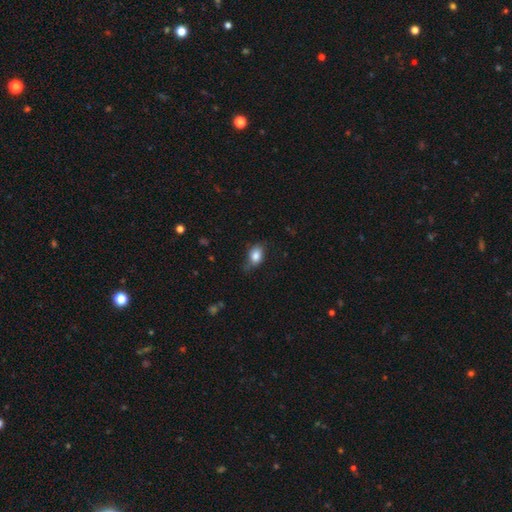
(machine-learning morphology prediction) A smooth galaxy with no disk features (82%) that is in between round and cigar-shaped (79%).

Vote fractions:
- Smooth or featured? smooth: 82% / featured or disk: 10% / star or artifact: 8%
- How rounded? in between: 79% / round: 19% / cigar-shaped: 2%
- Merging? none: 63% / minor disturbance: 28% / major disturbance: 8% / merger: 2%